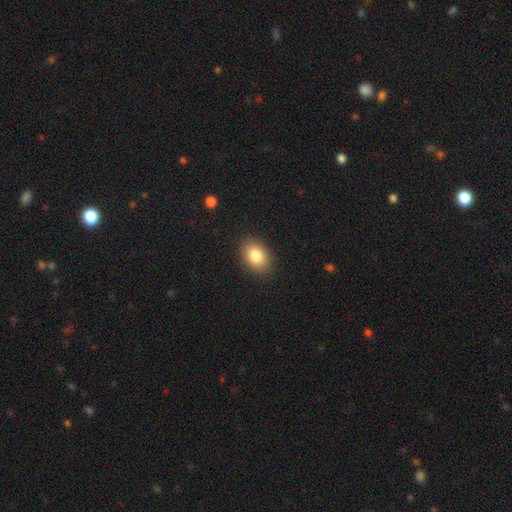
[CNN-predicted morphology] Smooth or featured? smooth (84%)
How rounded? in between (79%)
Merging? none (89%)